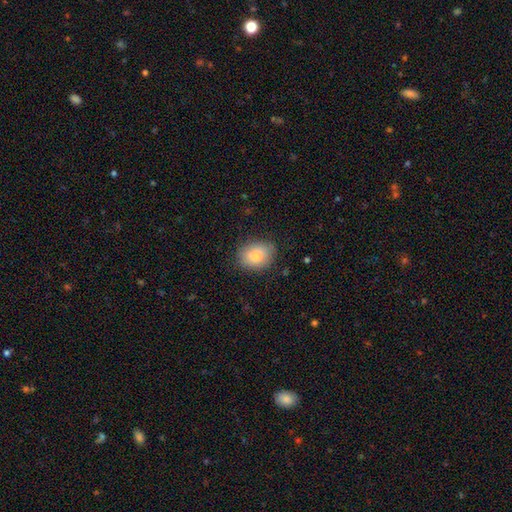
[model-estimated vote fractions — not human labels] smooth-or-featured: smooth: 81% | featured or disk: 11% | star or artifact: 8%
  how-rounded: in between: 50% | round: 49% | cigar-shaped: 1%
  merging: none: 82% | minor disturbance: 14% | major disturbance: 3% | merger: 1%